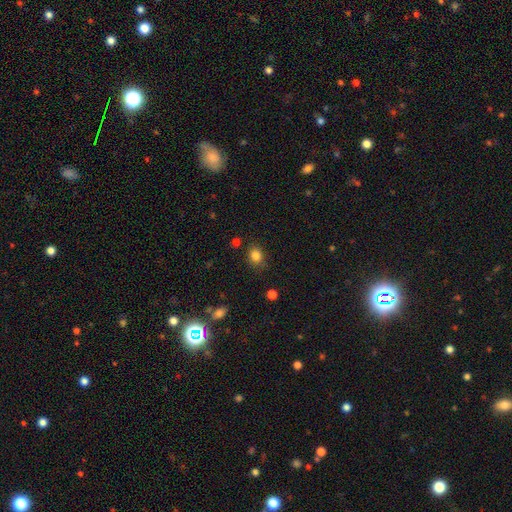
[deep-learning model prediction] Smooth or featured? Predicted: smooth (p=0.83). How rounded? Predicted: round (p=0.62). Merging? Predicted: none (p=0.80).